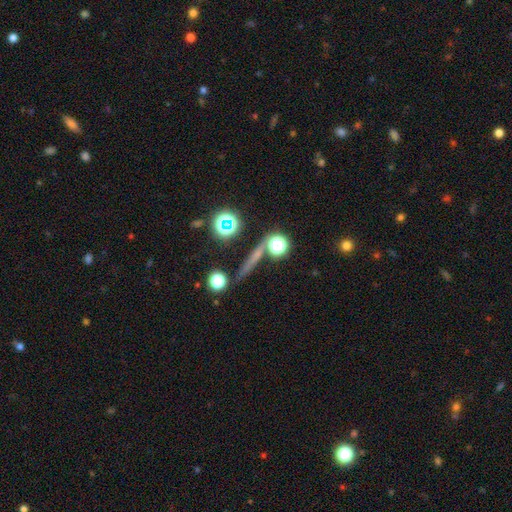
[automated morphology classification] This is marginally a smooth galaxy (44%). Merging: likely none (78%).